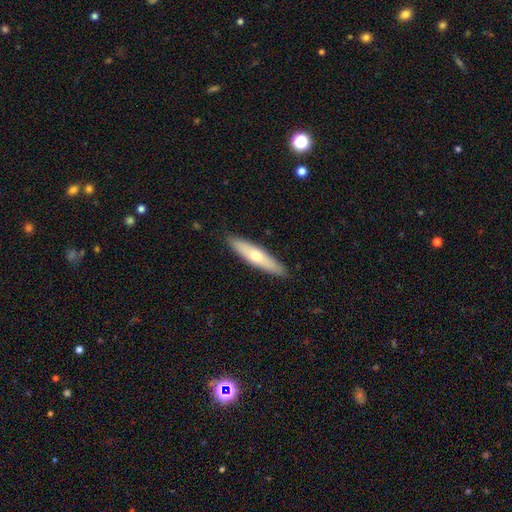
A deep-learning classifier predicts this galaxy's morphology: smooth-or-featured: smooth: 54% | featured or disk: 40% | star or artifact: 6%
  how-rounded: cigar-shaped: 77% | in between: 21% | round: 2%
  merging: none: 89% | minor disturbance: 8% | major disturbance: 2% | merger: 1%